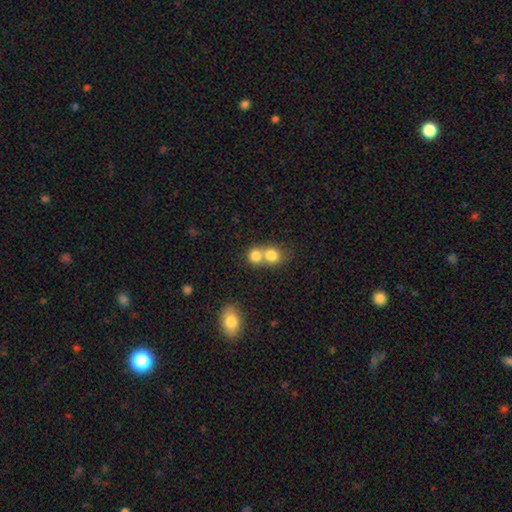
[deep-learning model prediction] Q: Smooth or featured?
A: smooth (80%); runner-up: star or artifact (10%)
Q: How rounded?
A: round (80%); runner-up: in between (19%)
Q: Merging?
A: merger (59%); runner-up: none (34%)